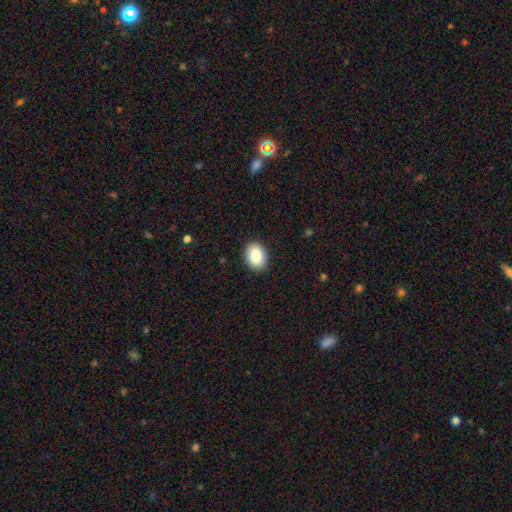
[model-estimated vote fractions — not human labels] Smooth or featured?
  - smooth: 83% *
  - featured or disk: 9%
  - star or artifact: 8%
How rounded?
  - in between: 64% *
  - round: 35%
  - cigar-shaped: 1%
Merging?
  - none: 91% *
  - minor disturbance: 7%
  - major disturbance: 2%
  - merger: 1%